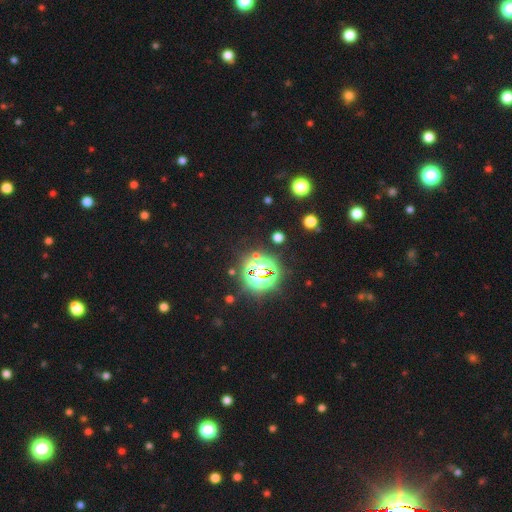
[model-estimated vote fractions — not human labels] This is clearly a star or artifact rather than a galaxy (81%).